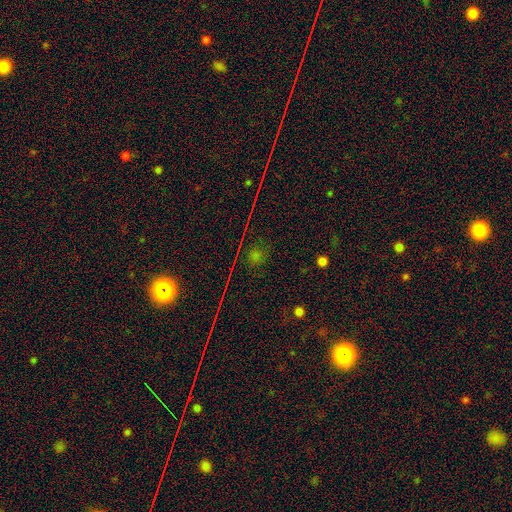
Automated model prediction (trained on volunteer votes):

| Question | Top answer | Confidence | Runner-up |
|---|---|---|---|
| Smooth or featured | star or artifact | 63% | smooth (26%) |